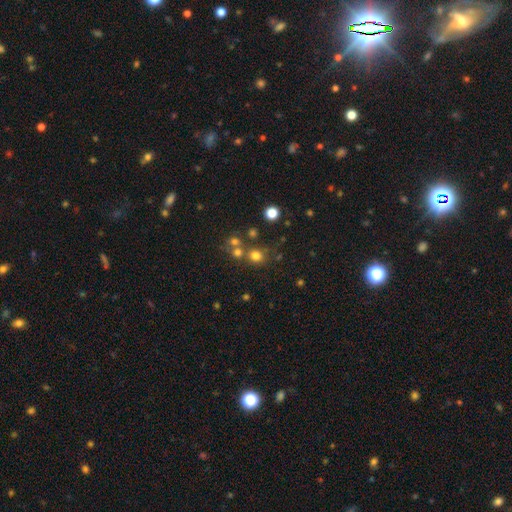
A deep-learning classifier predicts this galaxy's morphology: smooth 72%, star or artifact 19%, featured or disk 8%. Down the decision tree: how rounded — round (86%); merging — none (65%).